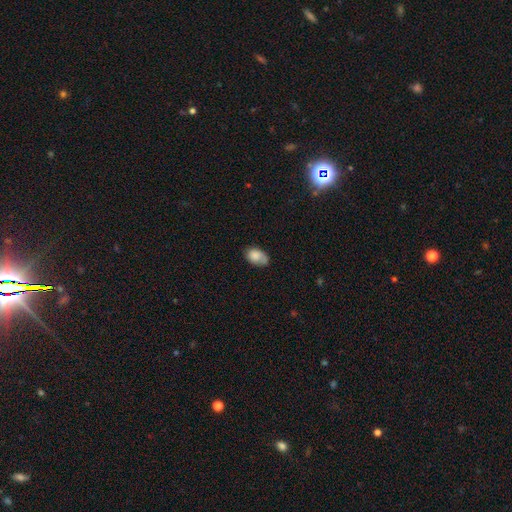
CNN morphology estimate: This is likely a smooth galaxy (79%). How rounded: clearly in between (84%). Merging: possibly none (51%).